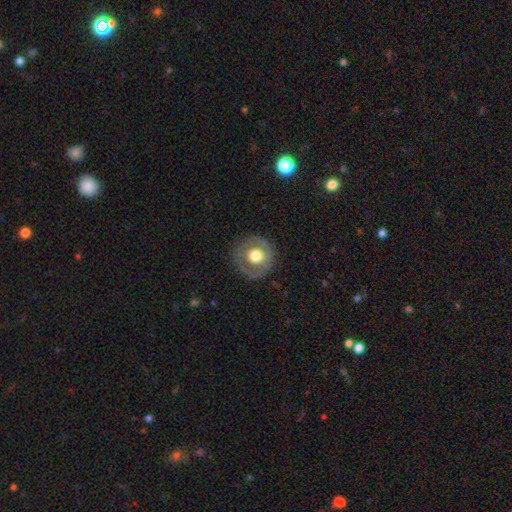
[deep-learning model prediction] This appears to be a featured or disk galaxy (47%). Merging: none (81%).